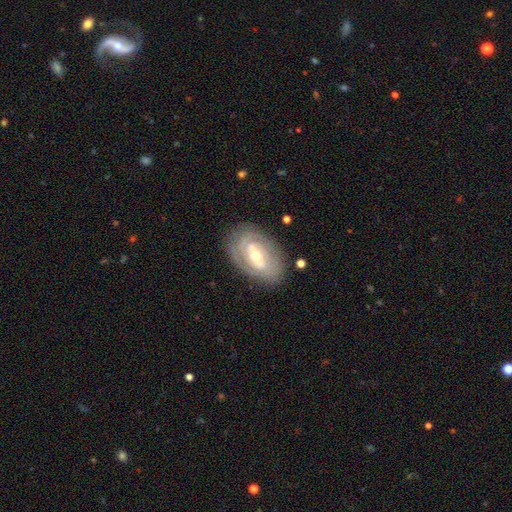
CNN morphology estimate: A featured or disk galaxy (77%) with a weak bar (40%), 2 (44%) tight (64%) spiral arms (75%) and a moderate central bulge (60%). Merging: none (77%).